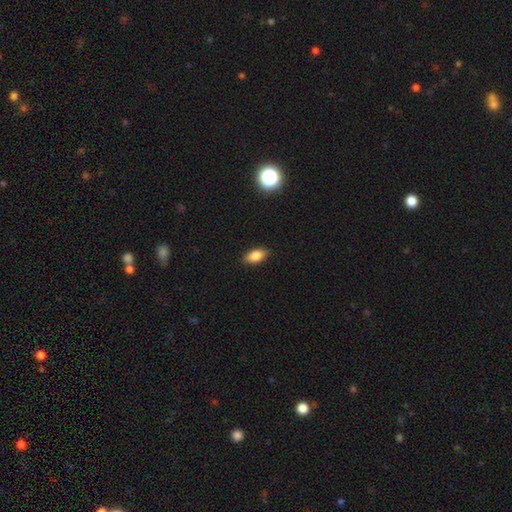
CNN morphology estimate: Q: Smooth or featured?
A: smooth (84%); runner-up: star or artifact (9%)
Q: How rounded?
A: in between (91%); runner-up: round (5%)
Q: Merging?
A: none (88%); runner-up: minor disturbance (9%)